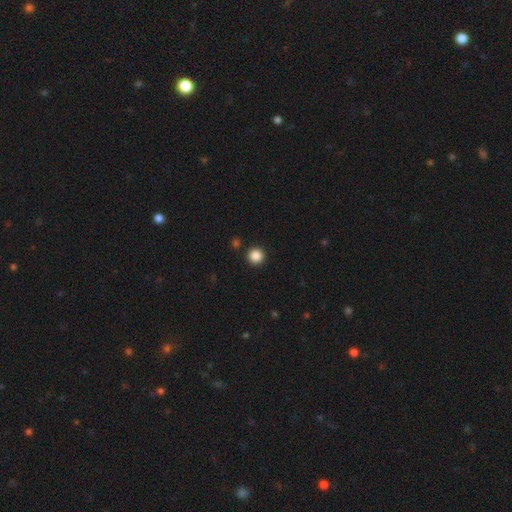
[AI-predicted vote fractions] A smooth galaxy with no disk features (87%) that is round (96%).

Vote fractions:
- Smooth or featured? smooth: 87% / star or artifact: 10% / featured or disk: 3%
- How rounded? round: 96% / in between: 3% / cigar-shaped: 1%
- Merging? none: 92% / minor disturbance: 4% / merger: 2% / major disturbance: 2%